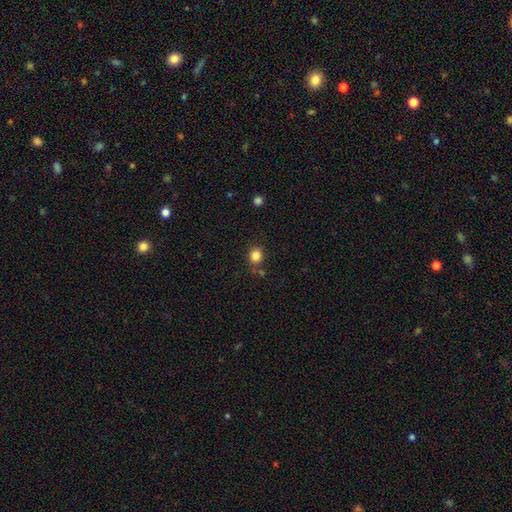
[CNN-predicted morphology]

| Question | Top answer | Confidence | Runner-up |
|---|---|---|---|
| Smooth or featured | smooth | 84% | star or artifact (12%) |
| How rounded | round | 85% | in between (14%) |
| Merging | none | 79% | minor disturbance (11%) |